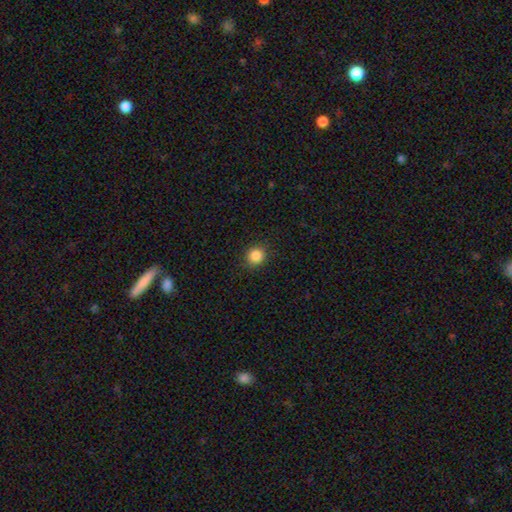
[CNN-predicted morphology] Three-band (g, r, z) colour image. It shows a smooth galaxy with no disk features (86%) that is round (89%). Merging: none (90%).